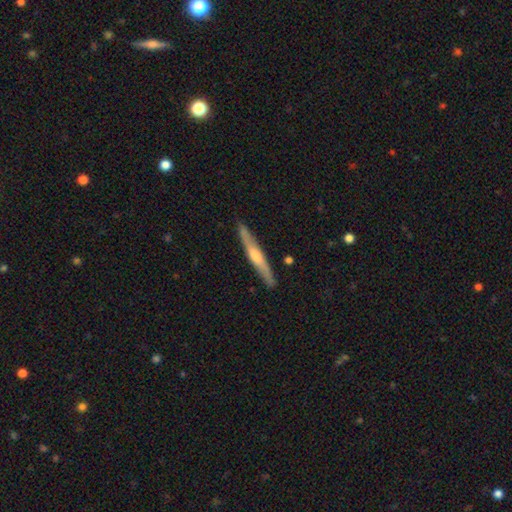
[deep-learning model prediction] featured or disk 63%, smooth 32%, star or artifact 5%. Down the decision tree: edge-on disk — yes (95%); edge-on bulge — rounded (75%); merging — none (88%).